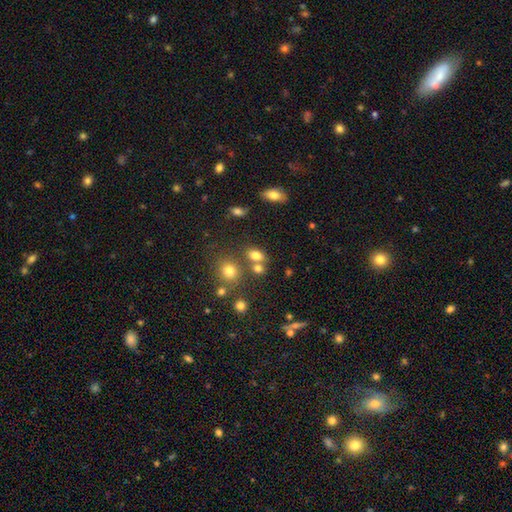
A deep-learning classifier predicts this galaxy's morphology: The model was most divided on "merging": none: 53%, merger: 29%, minor disturbance: 13%, major disturbance: 5%. More confident: smooth or featured — smooth (75%); how rounded — in between (74%).